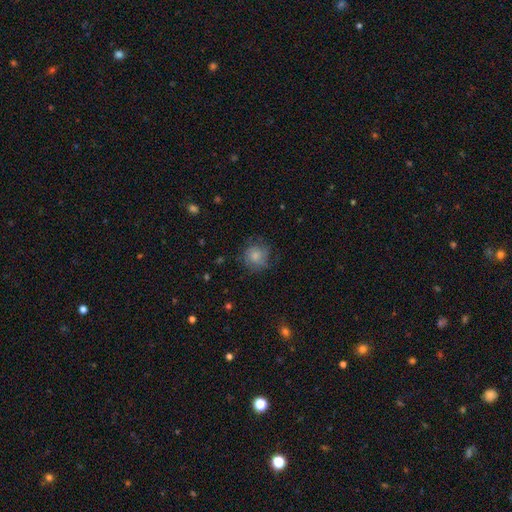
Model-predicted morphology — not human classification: smooth-or-featured: smooth: 70% | featured or disk: 21% | star or artifact: 9%
  how-rounded: round: 88% | in between: 11% | cigar-shaped: 1%
  merging: none: 68% | minor disturbance: 21% | major disturbance: 10% | merger: 1%